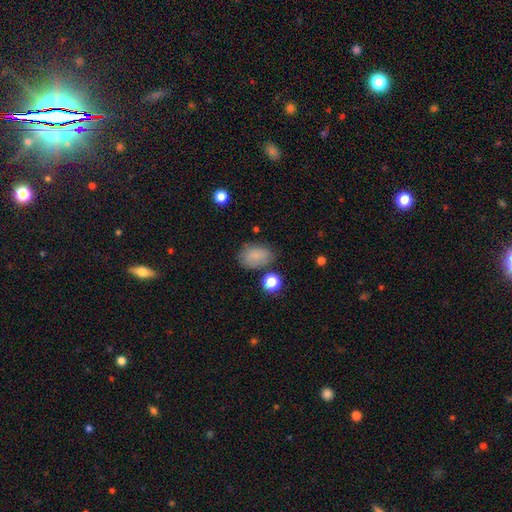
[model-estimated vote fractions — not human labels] The model was most divided on "merging": none: 69%, minor disturbance: 20%, major disturbance: 6%, merger: 5%. More confident: how rounded — in between (83%); smooth or featured — smooth (80%).